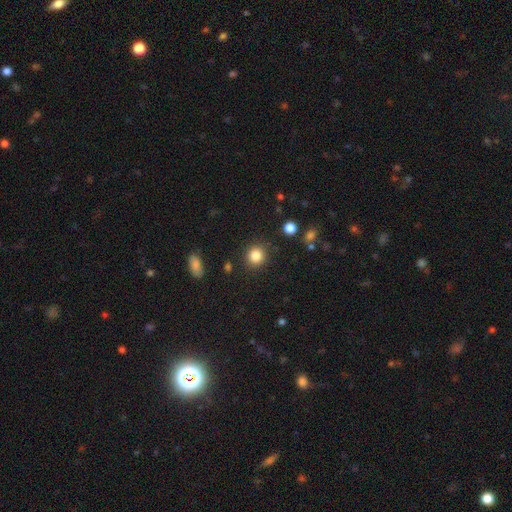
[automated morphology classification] smooth-or-featured: smooth: 84% | star or artifact: 11% | featured or disk: 5%
  how-rounded: round: 88% | in between: 11% | cigar-shaped: 1%
  merging: none: 88% | minor disturbance: 7% | major disturbance: 3% | merger: 2%